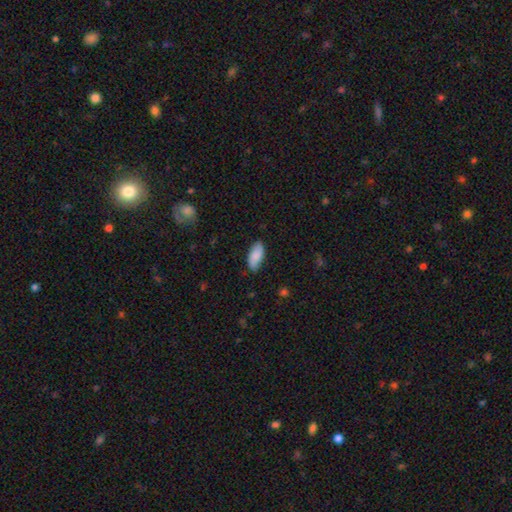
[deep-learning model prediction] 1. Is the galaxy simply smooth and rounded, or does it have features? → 77% smooth, 17% featured or disk, 7% star or artifact.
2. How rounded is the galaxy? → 89% in between, 8% cigar-shaped, 2% round.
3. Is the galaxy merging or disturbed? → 79% none, 16% minor disturbance, 3% major disturbance, 1% merger.